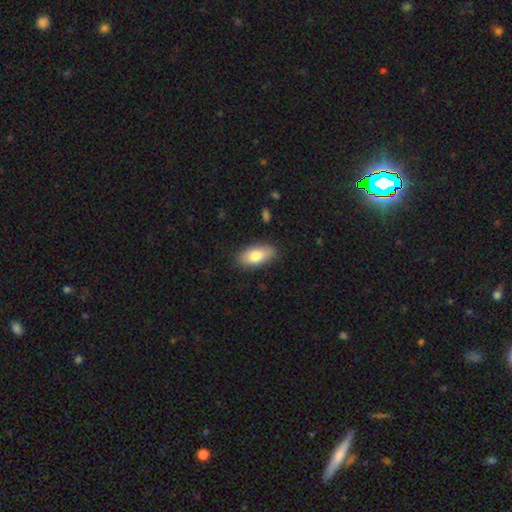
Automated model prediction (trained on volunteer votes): Smooth or featured?
  - smooth: 80% *
  - featured or disk: 13%
  - star or artifact: 6%
How rounded?
  - in between: 90% *
  - cigar-shaped: 6%
  - round: 4%
Merging?
  - none: 84% *
  - minor disturbance: 12%
  - major disturbance: 3%
  - merger: 1%